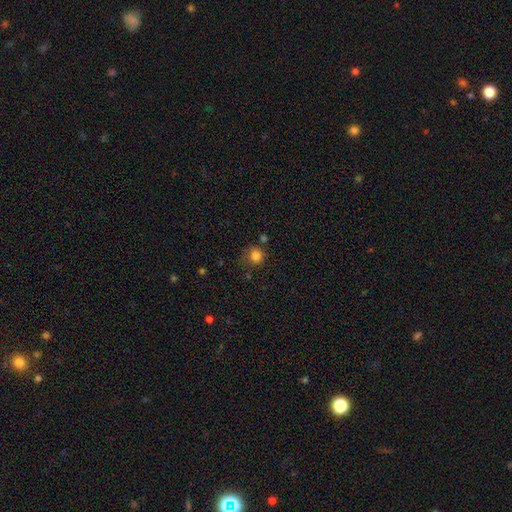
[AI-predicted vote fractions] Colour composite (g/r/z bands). It shows a smooth galaxy with no disk features (82%) that is round (87%). Merging: none (64%).